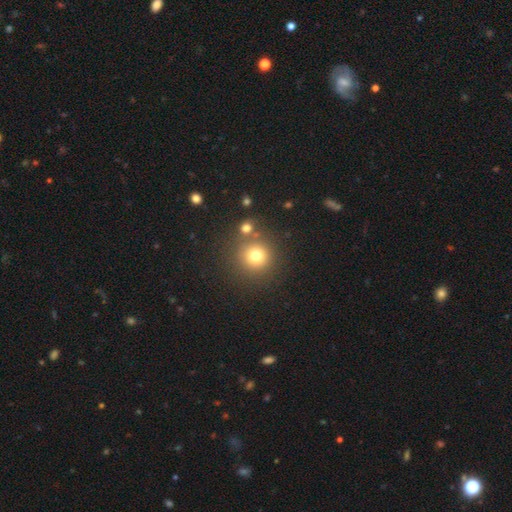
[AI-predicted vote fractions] Smooth or featured? smooth (76%)
How rounded? round (94%)
Merging? none (79%)